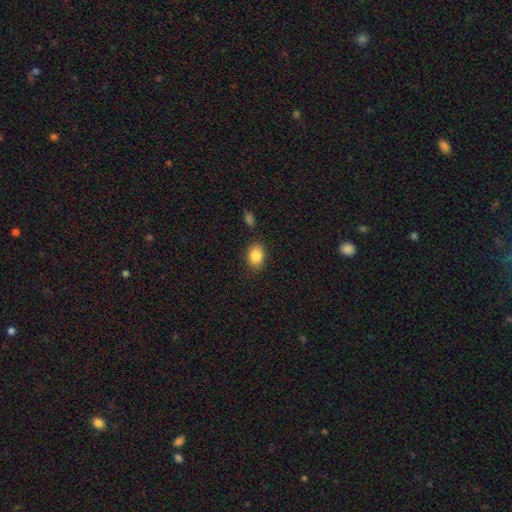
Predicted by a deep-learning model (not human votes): This is clearly a smooth galaxy (86%). How rounded: likely in between (76%). Merging: clearly none (85%).